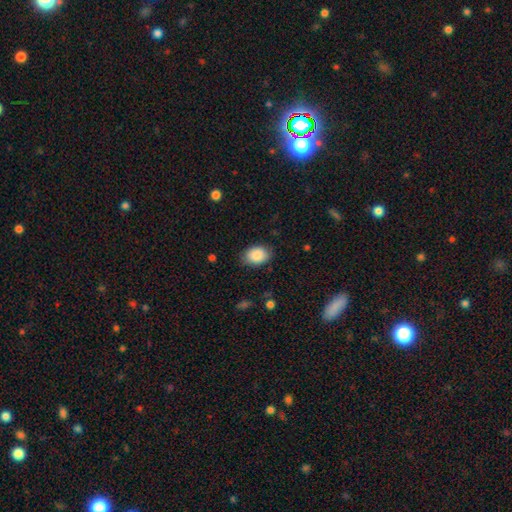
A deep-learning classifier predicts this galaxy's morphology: Q: Smooth or featured?
A: smooth (88%); runner-up: star or artifact (7%)
Q: How rounded?
A: in between (77%); runner-up: round (22%)
Q: Merging?
A: none (81%); runner-up: minor disturbance (14%)